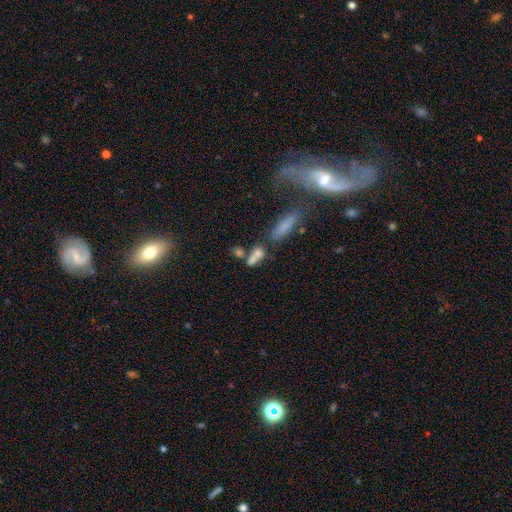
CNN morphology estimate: smooth 68%, featured or disk 19%, star or artifact 13%. Down the decision tree: how rounded — in between (60%); merging — merger (50%).